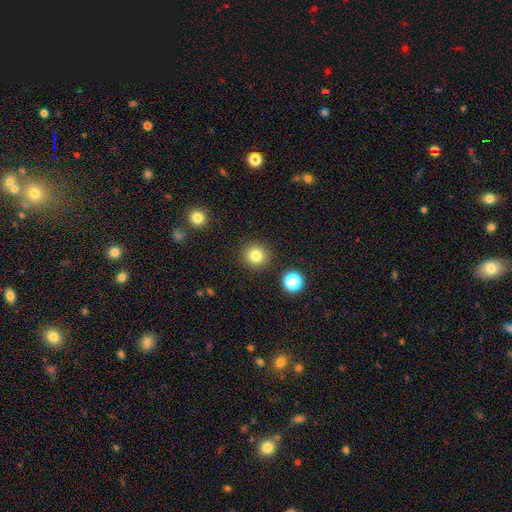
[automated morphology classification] A smooth galaxy with no disk features (81%) that is round (92%). Merging: none (89%).